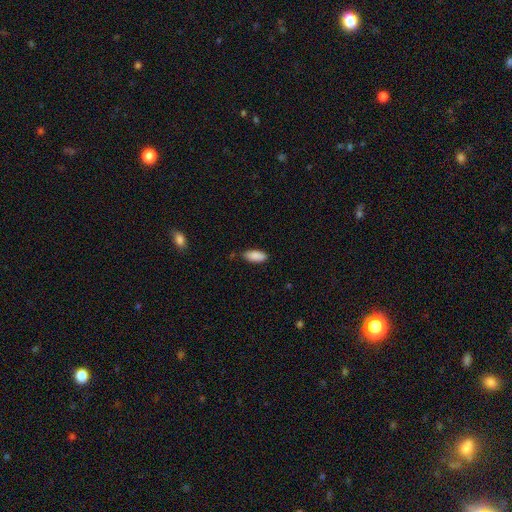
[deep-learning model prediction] smooth 89%, star or artifact 6%, featured or disk 4%. Down the decision tree: how rounded — in between (86%); merging — none (78%).